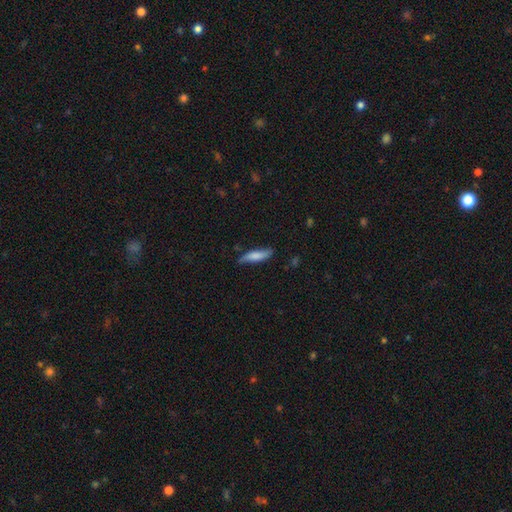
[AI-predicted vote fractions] smooth 73%, featured or disk 21%, star or artifact 6%. Down the decision tree: how rounded — cigar-shaped (74%); merging — none (72%).